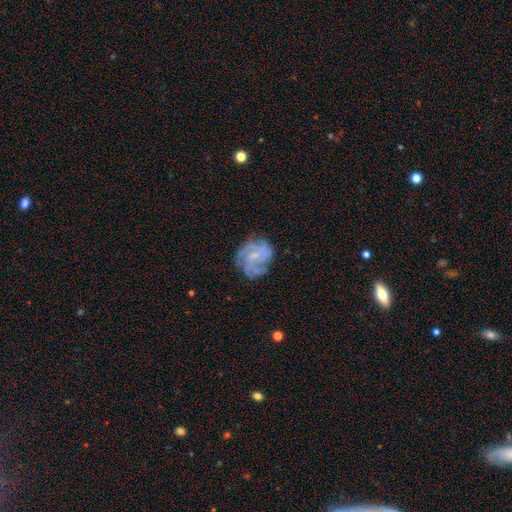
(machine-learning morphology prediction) Q: Smooth or featured?
A: featured or disk (81%); runner-up: smooth (12%)
Q: Edge-on disk?
A: no (98%); runner-up: yes (2%)
Q: Bar?
A: no (52%); runner-up: weak (41%)
Q: Spiral arms?
A: yes (94%); runner-up: no (6%)
Q: Spiral winding?
A: tight (54%); runner-up: medium (37%)
Q: Spiral arm count?
A: 3 (31%); runner-up: can't tell (22%)
Q: Bulge size?
A: small (61%); runner-up: moderate (20%)
Q: Merging?
A: none (70%); runner-up: minor disturbance (20%)